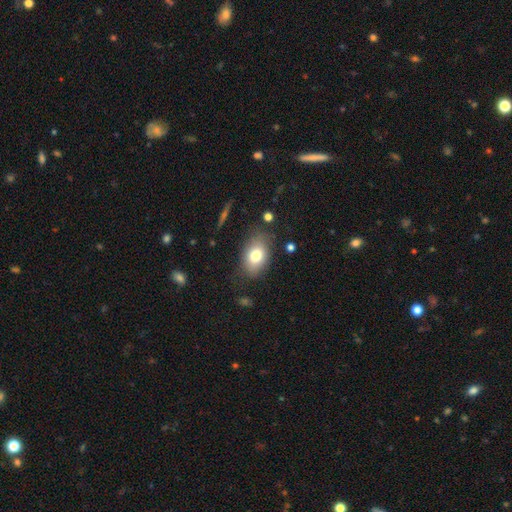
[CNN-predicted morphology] smooth-or-featured: smooth: 76% | featured or disk: 15% | star or artifact: 9%
  how-rounded: in between: 83% | round: 16% | cigar-shaped: 1%
  merging: none: 77% | minor disturbance: 16% | major disturbance: 5% | merger: 2%